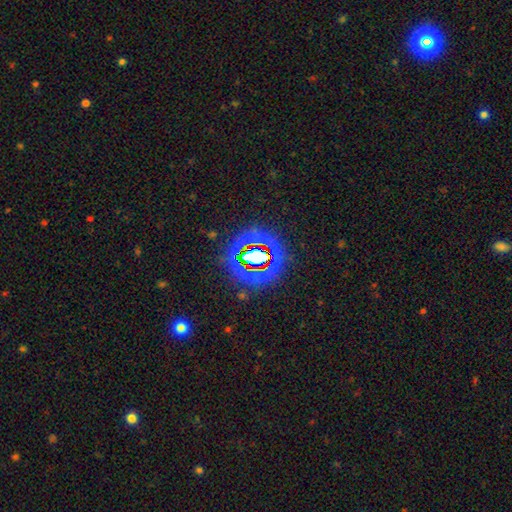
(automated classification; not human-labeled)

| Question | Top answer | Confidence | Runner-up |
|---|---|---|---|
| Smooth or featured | star or artifact | 76% | smooth (14%) |